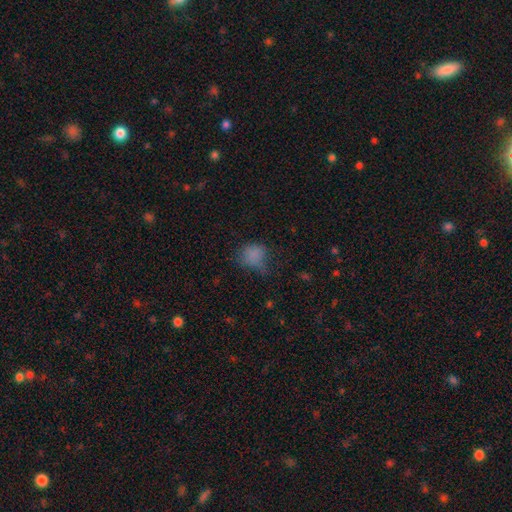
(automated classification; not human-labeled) This is likely a smooth galaxy (74%). How rounded: possibly round (57%). Merging: marginally none (41%).